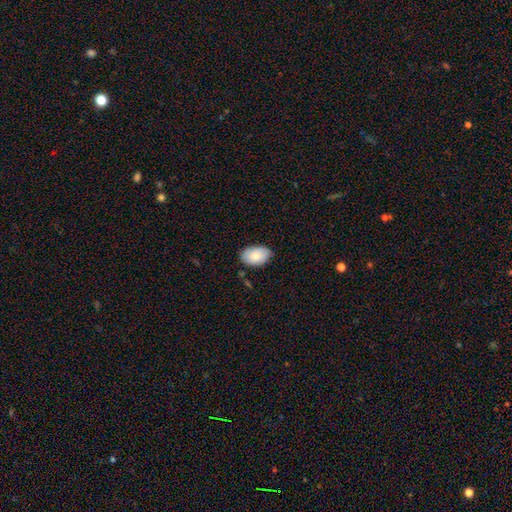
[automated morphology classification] This is clearly a smooth galaxy (82%). How rounded: clearly in between (91%). Merging: likely none (80%).